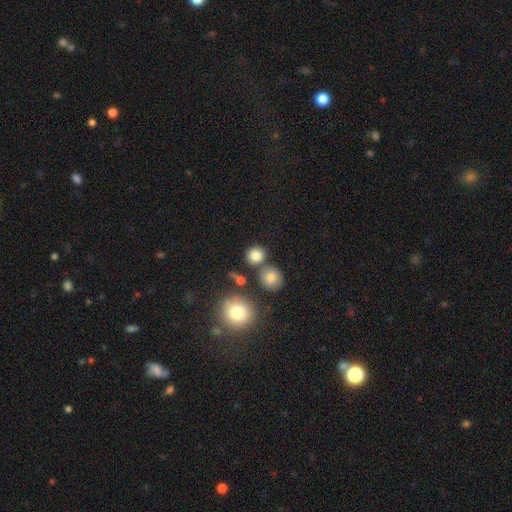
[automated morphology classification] smooth_or_featured: smooth (p=0.82) [alt: star or artifact p=0.11]
how_rounded: round (p=0.84) [alt: in between p=0.15]
merging: none (p=0.71) [alt: merger p=0.15]